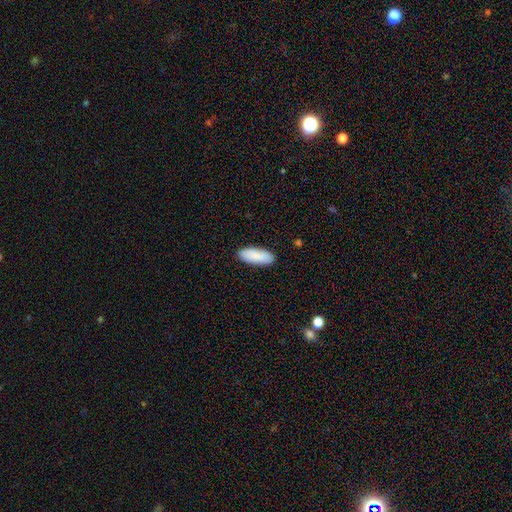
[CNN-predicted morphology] The model was most divided on "how rounded": in between: 79%, cigar-shaped: 20%, round: 2%. More confident: smooth or featured — smooth (89%); merging — none (89%).